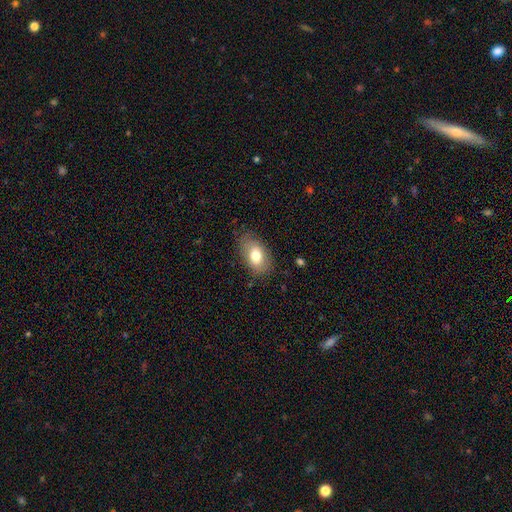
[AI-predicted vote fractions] Smooth or featured: smooth — 76% (featured or disk — 17%)
How rounded: in between — 89% (round — 9%)
Merging: none — 79% (minor disturbance — 16%)